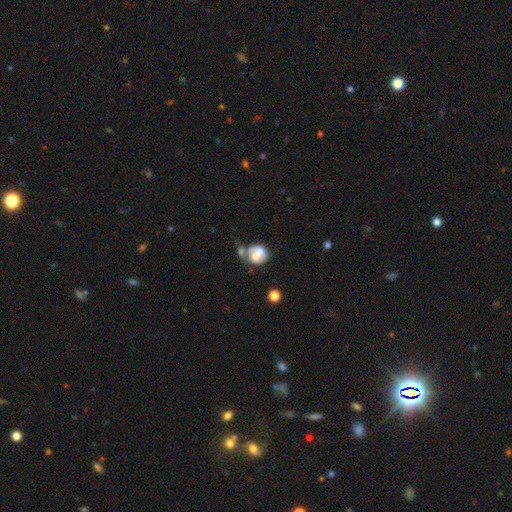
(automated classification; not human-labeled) Smooth or featured? Predicted: smooth (p=0.57). How rounded? Predicted: round (p=0.67). Merging? Predicted: merger (p=0.34).